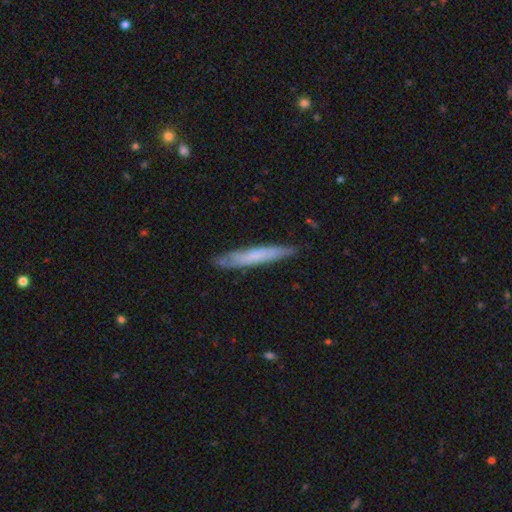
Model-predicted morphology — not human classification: smooth 55%, featured or disk 39%, star or artifact 6%. Down the decision tree: how rounded — cigar-shaped (94%); merging — none (80%).